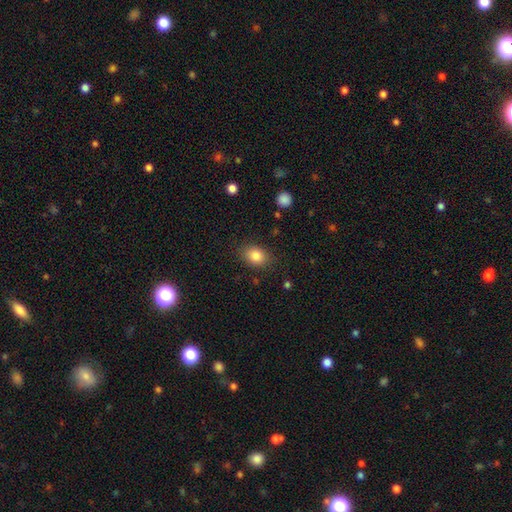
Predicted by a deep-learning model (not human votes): smooth 84%, star or artifact 9%, featured or disk 7%. Down the decision tree: how rounded — in between (66%); merging — none (83%).